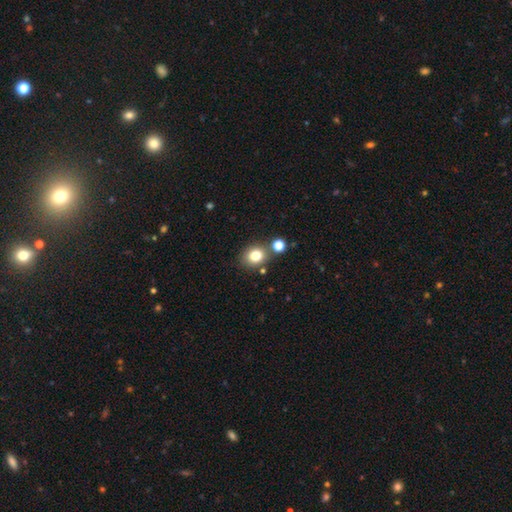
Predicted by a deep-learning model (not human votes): Smooth or featured: smooth — 80% (star or artifact — 12%)
How rounded: round — 65% (in between — 34%)
Merging: none — 72% (merger — 13%)